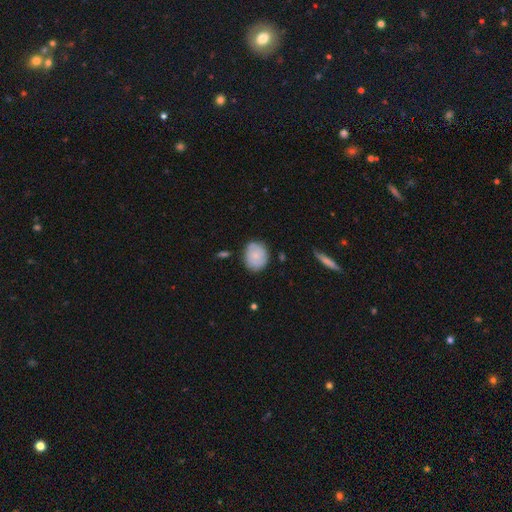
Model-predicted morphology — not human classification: A smooth galaxy with no disk features (62%) that is round (63%). Merging: none (75%).